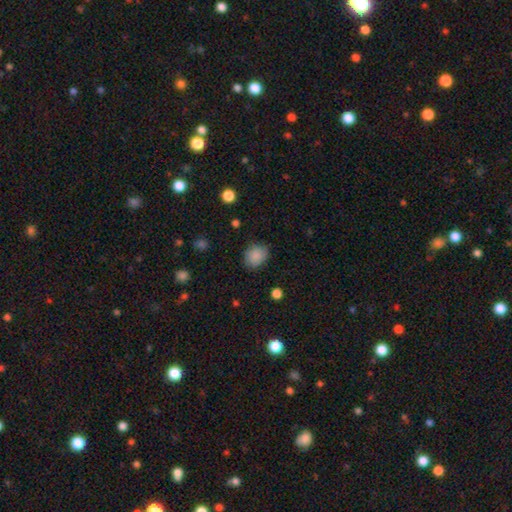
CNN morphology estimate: Smooth or featured? smooth (87%)
How rounded? round (50%)
Merging? none (80%)